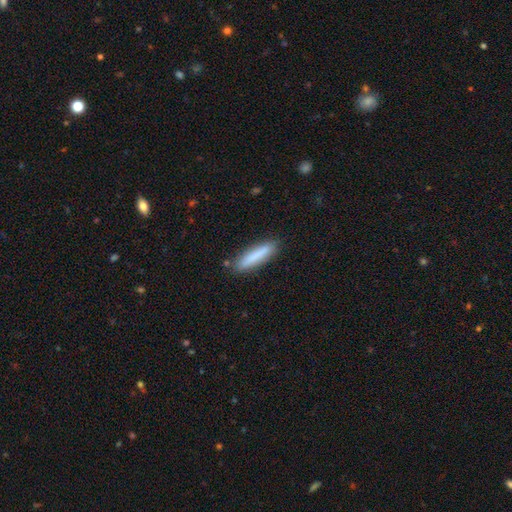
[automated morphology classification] Smooth or featured: smooth — 82% (featured or disk — 12%)
How rounded: cigar-shaped — 84% (in between — 14%)
Merging: none — 85% (minor disturbance — 10%)